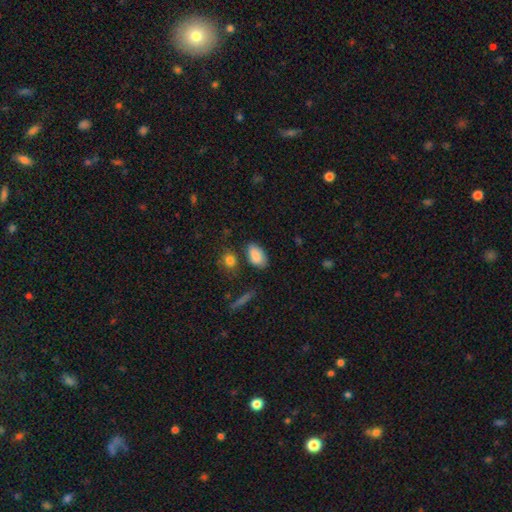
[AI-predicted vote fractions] Smooth or featured: smooth — 85% (featured or disk — 8%)
How rounded: in between — 92% (round — 5%)
Merging: none — 71% (minor disturbance — 18%)